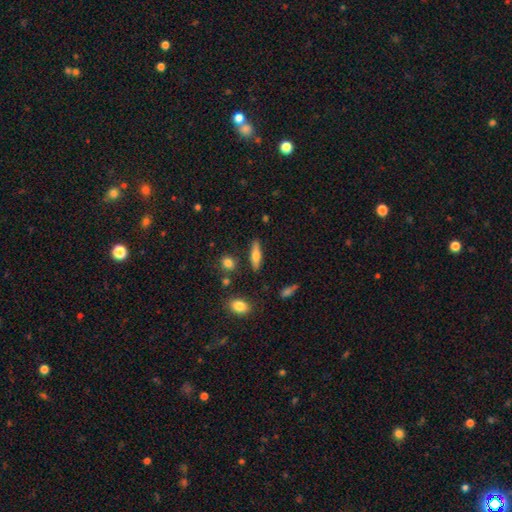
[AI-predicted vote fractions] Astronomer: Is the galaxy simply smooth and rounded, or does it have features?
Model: smooth — 61%.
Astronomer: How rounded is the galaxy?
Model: cigar-shaped — 59% (runner-up: in between, 38%).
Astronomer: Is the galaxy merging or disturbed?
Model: none — 82%.